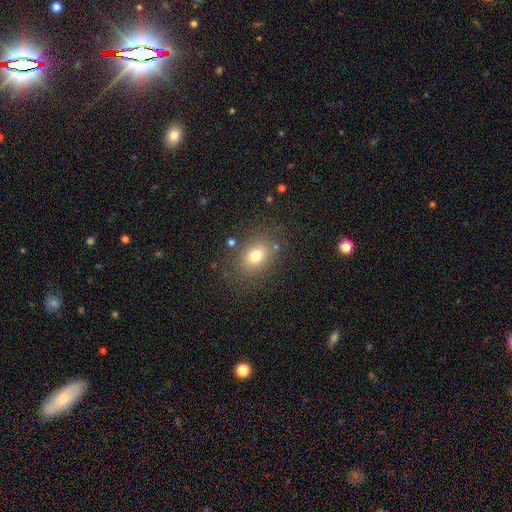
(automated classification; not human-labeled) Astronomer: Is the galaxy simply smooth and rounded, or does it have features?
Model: smooth — 75%.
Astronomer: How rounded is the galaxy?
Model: in between — 69%.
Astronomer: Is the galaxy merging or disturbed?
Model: none — 79%.